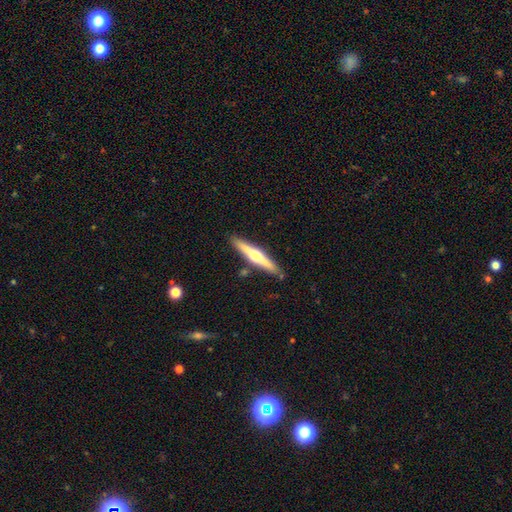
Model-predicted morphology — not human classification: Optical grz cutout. It shows a featured or disk galaxy (63%) viewed edge-on (97%) with a rounded central bulge (91%). Merging: none (87%).